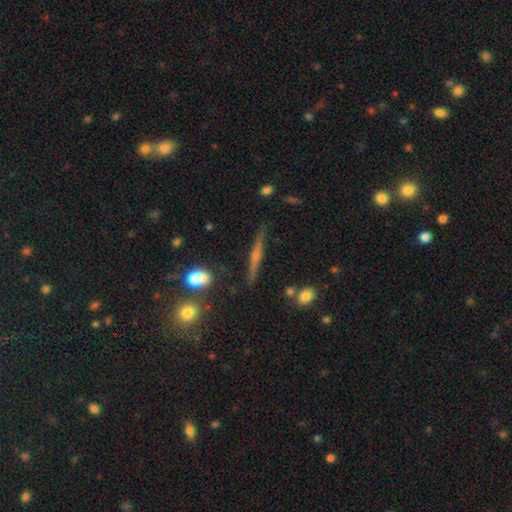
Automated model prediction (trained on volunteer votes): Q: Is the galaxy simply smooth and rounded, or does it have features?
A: featured or disk — 69%.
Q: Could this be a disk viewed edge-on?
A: yes — 97%.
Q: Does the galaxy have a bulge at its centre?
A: rounded — 74%.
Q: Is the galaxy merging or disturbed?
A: none — 86%.